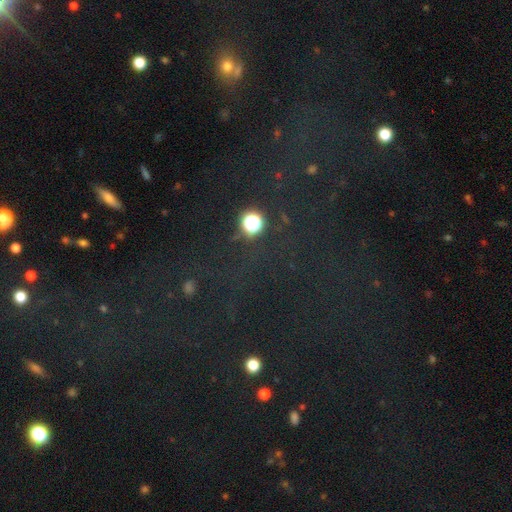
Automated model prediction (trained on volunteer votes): Q: Smooth or featured?
A: star or artifact (68%); runner-up: smooth (20%)